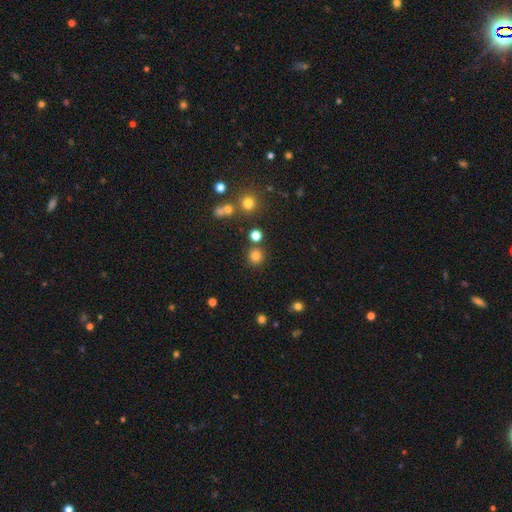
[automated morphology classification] A smooth galaxy with no disk features (78%) that is round (92%). Merging: none (83%).